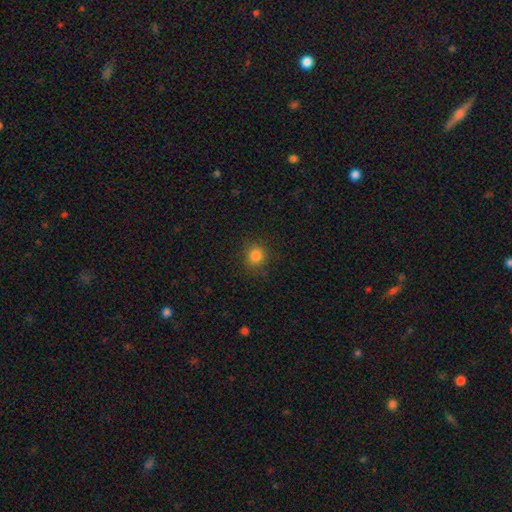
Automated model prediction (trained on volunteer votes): The model was most divided on "smooth or featured": smooth: 84%, star or artifact: 12%, featured or disk: 4%. More confident: how rounded — round (88%); merging — none (87%).